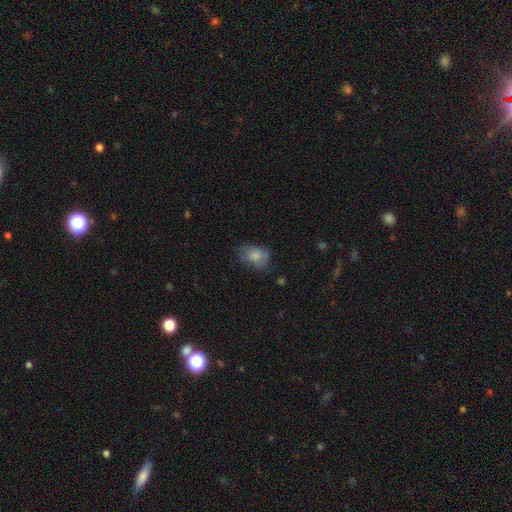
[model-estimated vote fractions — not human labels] smooth_or_featured: smooth (p=0.78) [alt: featured or disk p=0.13]
how_rounded: in between (p=0.74) [alt: round p=0.24]
merging: none (p=0.51) [alt: minor disturbance p=0.32]